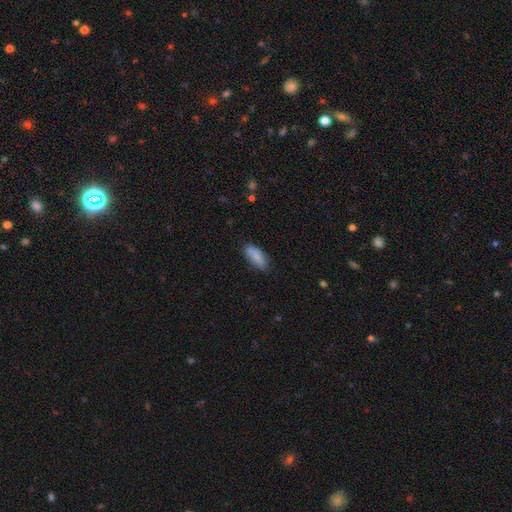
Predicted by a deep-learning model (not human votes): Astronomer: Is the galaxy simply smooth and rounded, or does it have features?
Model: smooth — 80%.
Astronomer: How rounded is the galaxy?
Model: in between — 80%.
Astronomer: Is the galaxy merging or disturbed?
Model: none — 70%.